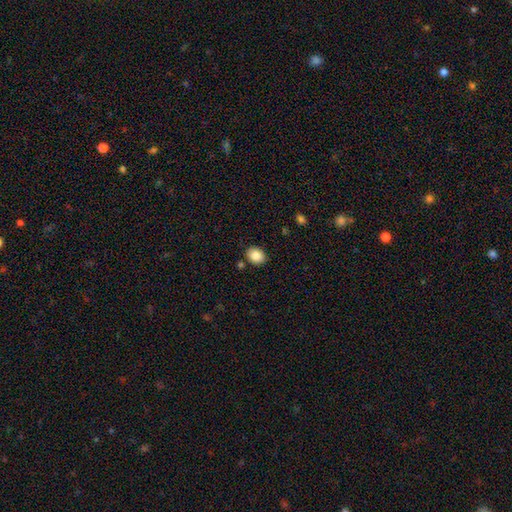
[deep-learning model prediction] Overall: smooth (85%). How rounded: round (57%; in between 43%). Merging: none (85%).